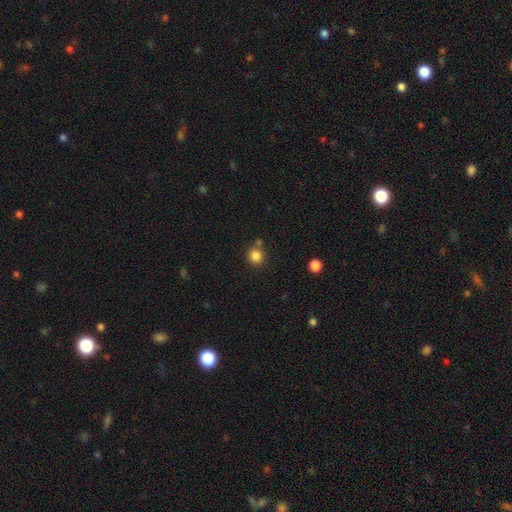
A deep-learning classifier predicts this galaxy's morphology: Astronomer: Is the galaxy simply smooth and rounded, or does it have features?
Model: smooth — 84%.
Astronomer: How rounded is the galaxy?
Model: round — 88%.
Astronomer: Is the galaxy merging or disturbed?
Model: none — 74%.